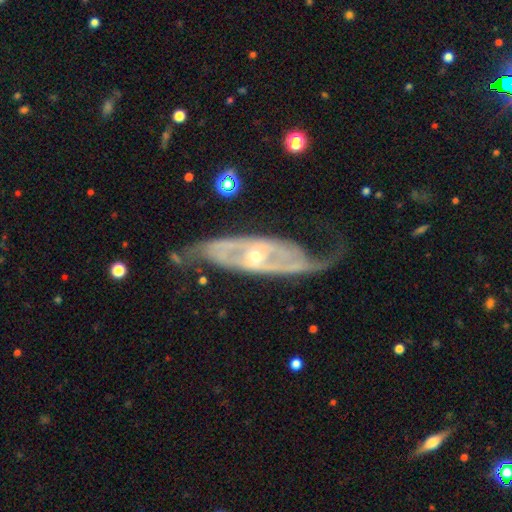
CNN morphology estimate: Smooth or featured? Predicted: featured or disk (p=0.88). Edge-on disk? Predicted: no (p=0.84). Bar? Predicted: no (p=0.47). Spiral arms? Predicted: yes (p=0.92). Spiral winding? Predicted: tight (p=0.41). Spiral arm count? Predicted: 2 (p=0.73). Bulge size? Predicted: small (p=0.63). Merging? Predicted: none (p=0.64).